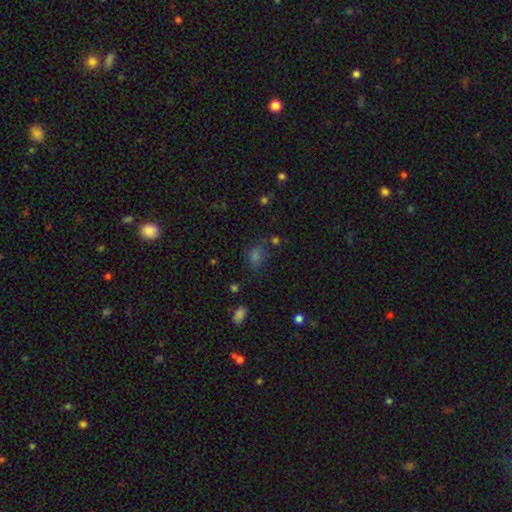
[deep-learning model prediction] This is possibly a smooth galaxy (56%). How rounded: likely in between (63%). Merging: likely none (65%).